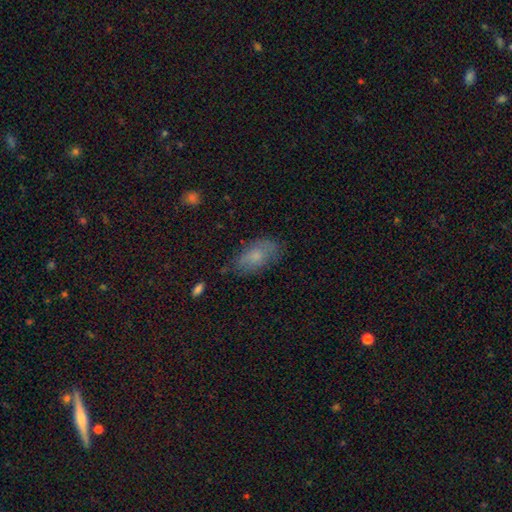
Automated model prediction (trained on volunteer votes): Smooth or featured? Predicted: smooth (p=0.71). How rounded? Predicted: in between (p=0.91). Merging? Predicted: none (p=0.72).